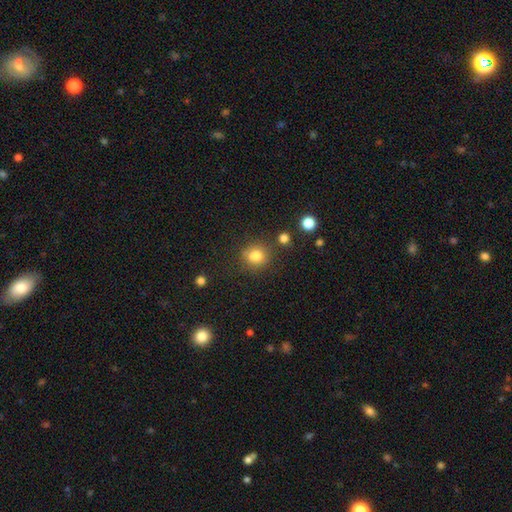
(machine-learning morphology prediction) Smooth or featured?
  - smooth: 81% *
  - star or artifact: 12%
  - featured or disk: 7%
How rounded?
  - round: 82% *
  - in between: 17%
  - cigar-shaped: 1%
Merging?
  - none: 77% *
  - minor disturbance: 12%
  - merger: 7%
  - major disturbance: 4%